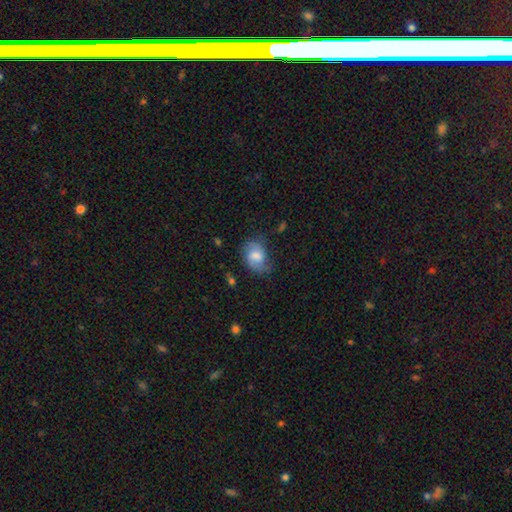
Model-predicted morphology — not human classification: This is likely a smooth galaxy (60%). How rounded: likely in between (71%). Merging: possibly none (55%).